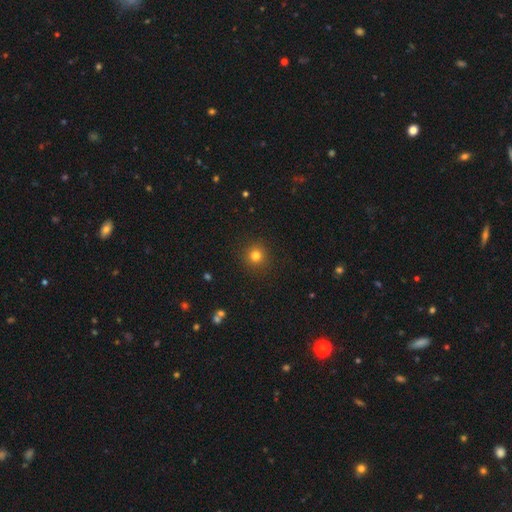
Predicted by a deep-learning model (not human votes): Smooth or featured? smooth (80%)
How rounded? round (93%)
Merging? none (91%)